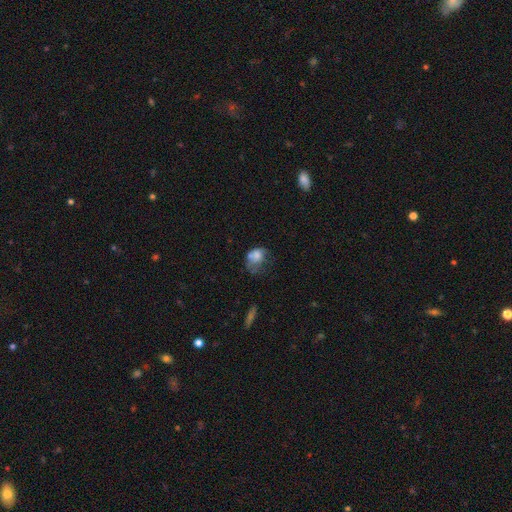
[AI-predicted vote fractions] Q: Smooth or featured?
A: smooth (65%); runner-up: featured or disk (25%)
Q: How rounded?
A: in between (60%); runner-up: round (39%)
Q: Merging?
A: major disturbance (39%); runner-up: minor disturbance (24%)